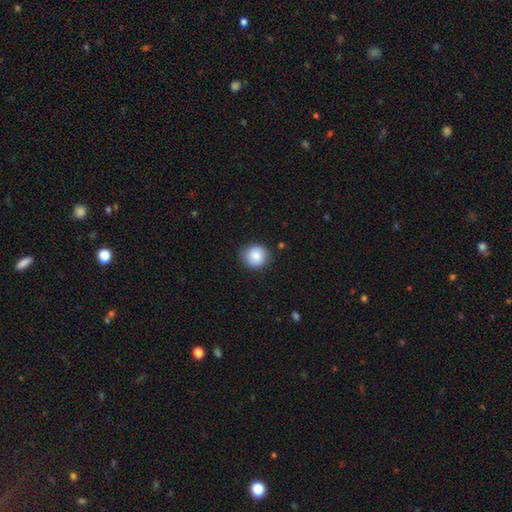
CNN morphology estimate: Overall: smooth (85%). How rounded: round (85%). Merging: none (83%).